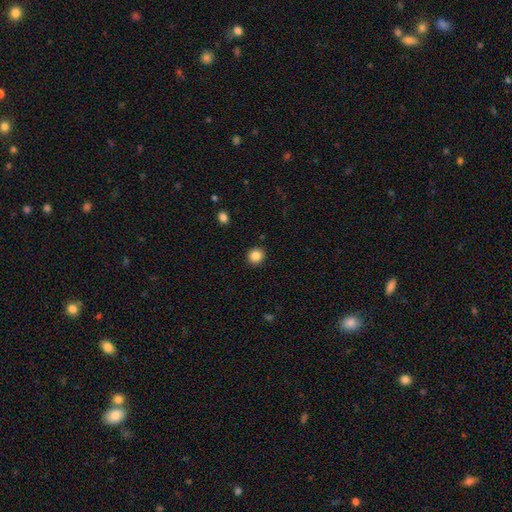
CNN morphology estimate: smooth_or_featured: smooth (p=0.85) [alt: star or artifact p=0.10]
how_rounded: round (p=0.89) [alt: in between p=0.10]
merging: none (p=0.91) [alt: minor disturbance p=0.06]